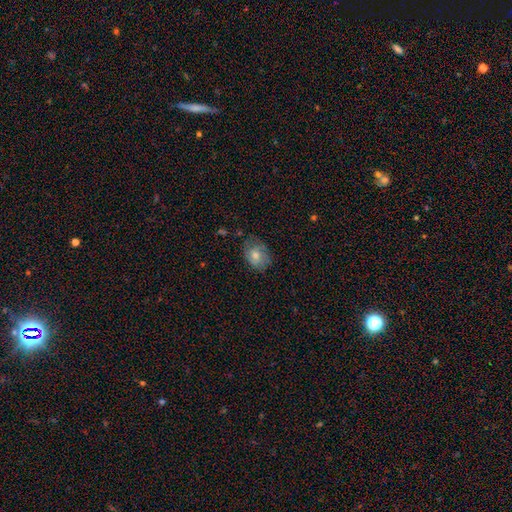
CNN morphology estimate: Smooth or featured?
  - smooth: 62% *
  - featured or disk: 29%
  - star or artifact: 8%
How rounded?
  - in between: 64% *
  - round: 35%
  - cigar-shaped: 1%
Merging?
  - none: 65% *
  - minor disturbance: 25%
  - major disturbance: 8%
  - merger: 2%